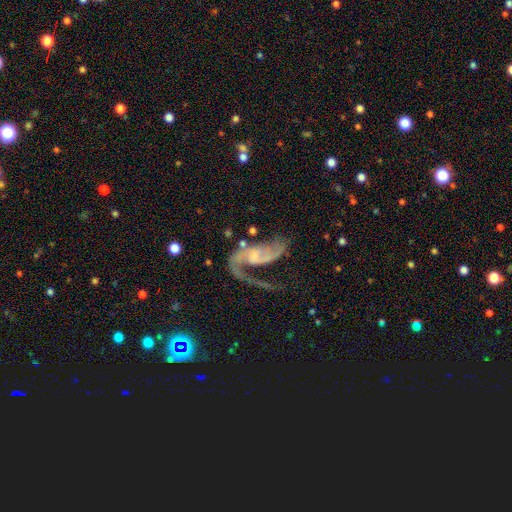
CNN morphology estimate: Smooth or featured: featured or disk — 87% (smooth — 7%)
Edge-on disk: no — 97% (yes — 3%)
Bar: no — 48% (weak — 39%)
Spiral arms: yes — 94% (no — 6%)
Spiral winding: loose — 56% (medium — 35%)
Spiral arm count: 2 — 69% (1 — 24%)
Bulge size: small — 39% (none — 36%)
Merging: major disturbance — 39% (none — 38%)